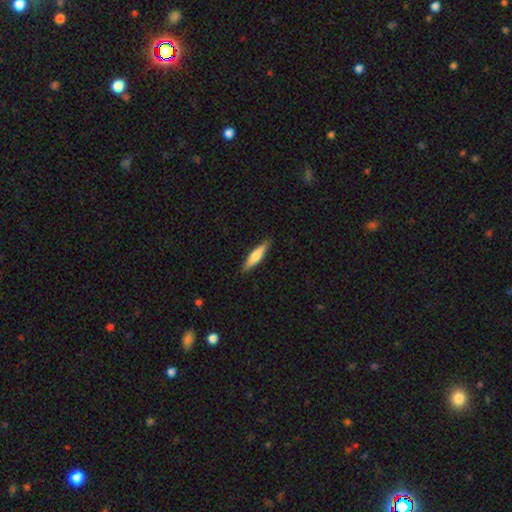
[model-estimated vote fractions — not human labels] Smooth or featured? Predicted: smooth (p=0.63). How rounded? Predicted: cigar-shaped (p=0.78). Merging? Predicted: none (p=0.89).